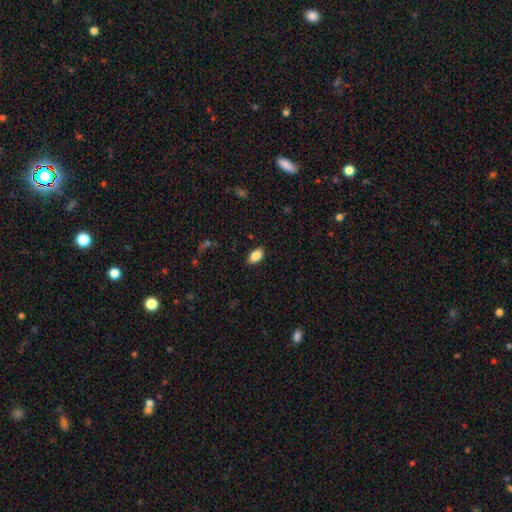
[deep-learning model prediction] The model was most divided on "smooth or featured": smooth: 87%, star or artifact: 8%, featured or disk: 5%. More confident: how rounded — in between (92%); merging — none (88%).